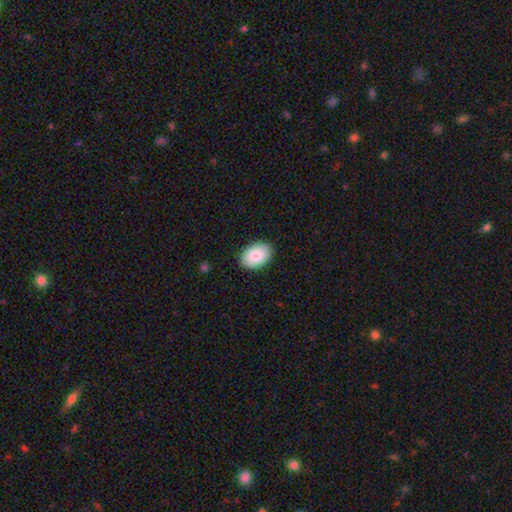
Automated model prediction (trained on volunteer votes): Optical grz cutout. It shows a smooth galaxy with no disk features (88%) that is in between round and cigar-shaped (89%). Merging: none (89%).